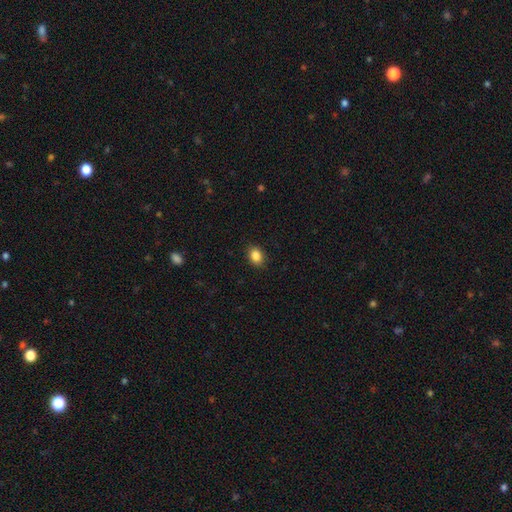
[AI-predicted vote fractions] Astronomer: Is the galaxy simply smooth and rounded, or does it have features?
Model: smooth — 86%.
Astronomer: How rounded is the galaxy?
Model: in between — 68%.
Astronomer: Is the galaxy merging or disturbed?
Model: none — 89%.